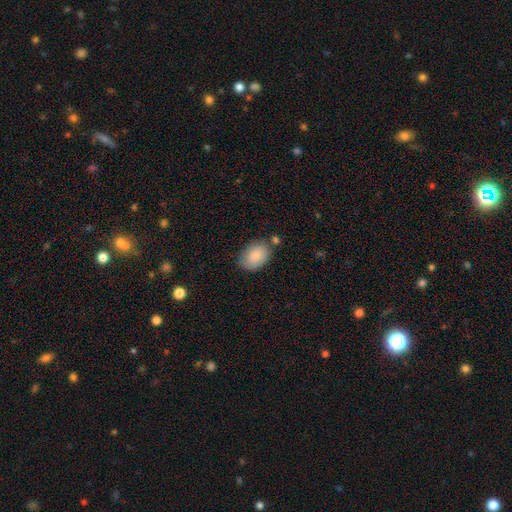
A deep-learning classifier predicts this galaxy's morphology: type=smooth (85%); roundness=in between (85%); merging=none (69%).